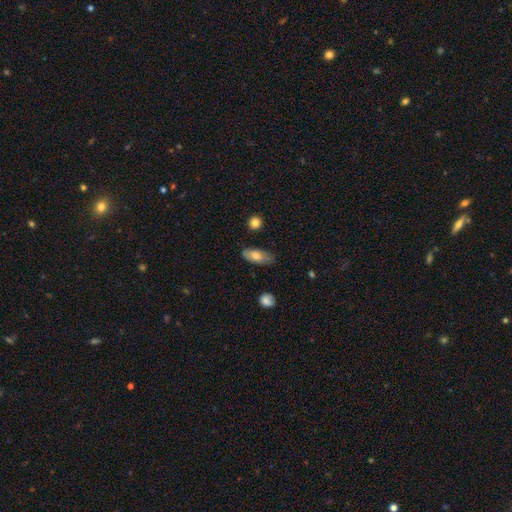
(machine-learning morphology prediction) Overall: smooth (75%). How rounded: in between (83%). Merging: none (74%).